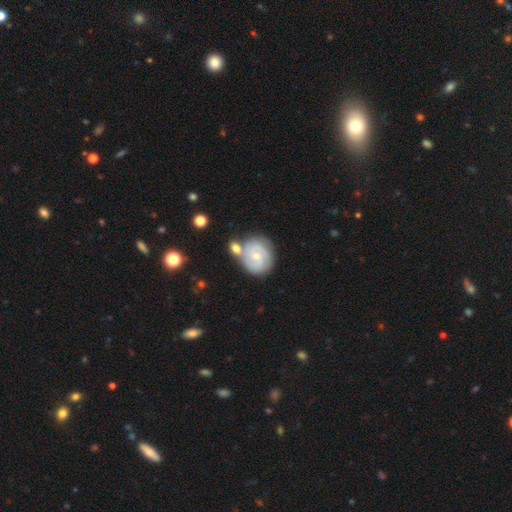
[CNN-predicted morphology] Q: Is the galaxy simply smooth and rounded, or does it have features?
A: featured or disk — 72%.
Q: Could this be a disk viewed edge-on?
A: no — 98%.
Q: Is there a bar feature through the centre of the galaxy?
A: no — 65%.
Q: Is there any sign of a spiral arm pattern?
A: yes — 92%.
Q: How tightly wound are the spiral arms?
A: tight — 59%.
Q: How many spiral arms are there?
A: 2 — 55%.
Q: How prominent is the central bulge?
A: small — 64%.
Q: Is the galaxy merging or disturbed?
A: none — 57%.